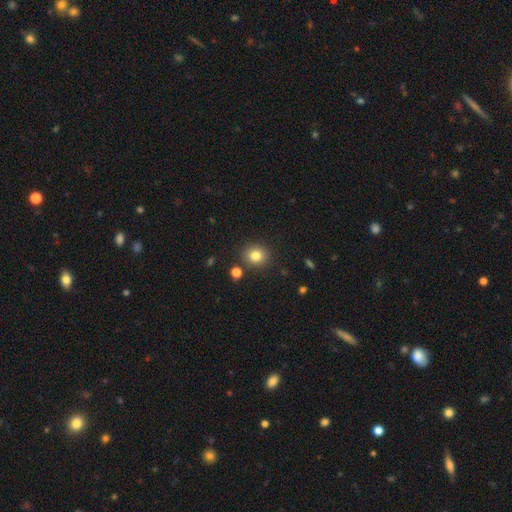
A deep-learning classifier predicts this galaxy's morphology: Smooth or featured? Predicted: smooth (p=0.81). How rounded? Predicted: round (p=0.83). Merging? Predicted: none (p=0.86).